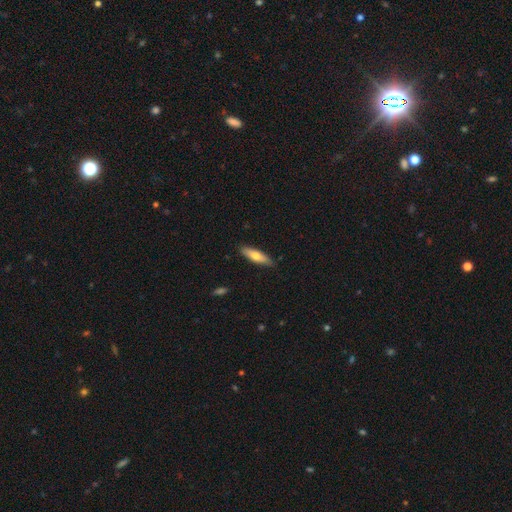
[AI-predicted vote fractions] A smooth galaxy with no disk features (68%) that is cigar-shaped (64%).

Vote fractions:
- Smooth or featured? smooth: 68% / featured or disk: 26% / star or artifact: 6%
- How rounded? cigar-shaped: 64% / in between: 34% / round: 2%
- Merging? none: 86% / minor disturbance: 11% / major disturbance: 2% / merger: 1%